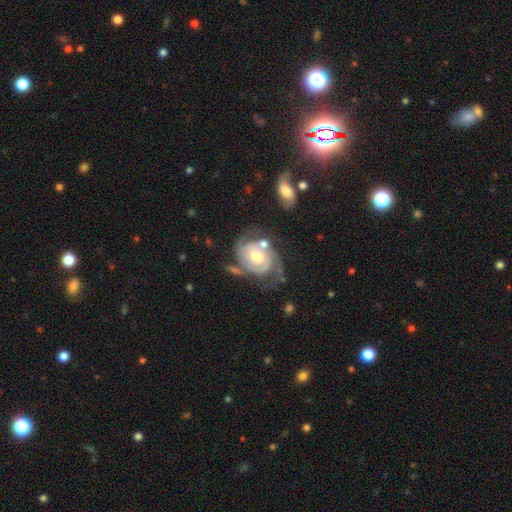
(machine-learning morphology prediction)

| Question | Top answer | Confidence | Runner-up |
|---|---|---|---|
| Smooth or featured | featured or disk | 83% | smooth (11%) |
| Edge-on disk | no | 97% | yes (3%) |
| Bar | no | 65% | weak (29%) |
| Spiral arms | yes | 94% | no (6%) |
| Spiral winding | tight | 58% | medium (33%) |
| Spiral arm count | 2 | 59% | can't tell (18%) |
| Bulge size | moderate | 61% | small (28%) |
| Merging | none | 52% | minor disturbance (21%) |